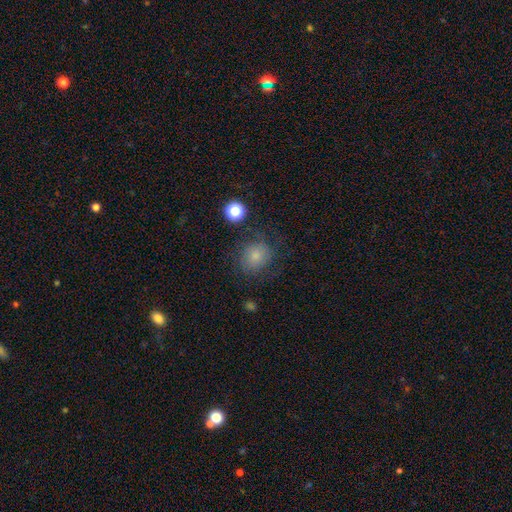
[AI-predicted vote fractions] Smooth or featured? Predicted: smooth (p=0.78). How rounded? Predicted: round (p=0.76). Merging? Predicted: none (p=0.73).